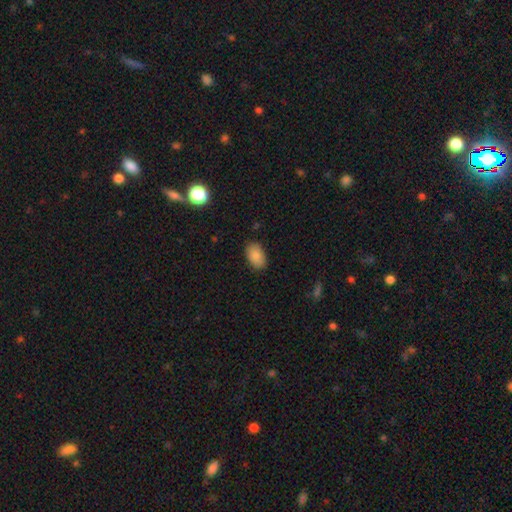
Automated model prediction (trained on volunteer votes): smooth 86%, star or artifact 7%, featured or disk 6%. Down the decision tree: how rounded — in between (90%); merging — none (86%).